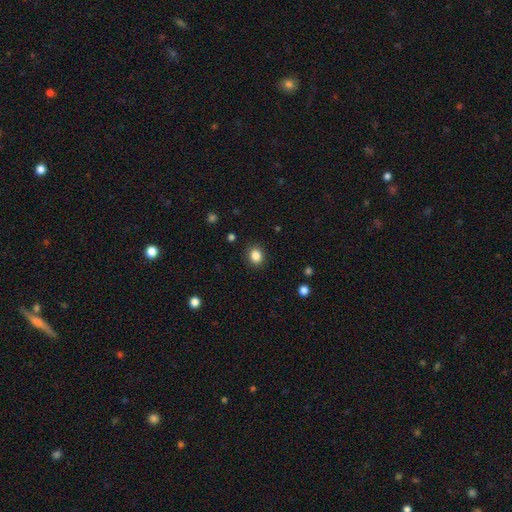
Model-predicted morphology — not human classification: type=smooth (86%); roundness=round (65%); merging=none (89%).